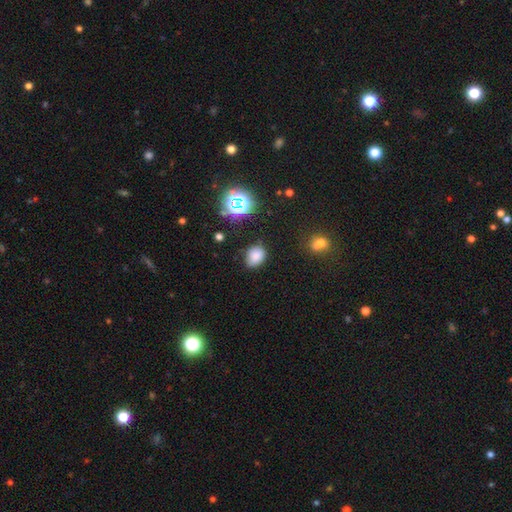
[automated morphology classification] A smooth galaxy with no disk features (78%) that is in between round and cigar-shaped (55%). Merging: none (71%).